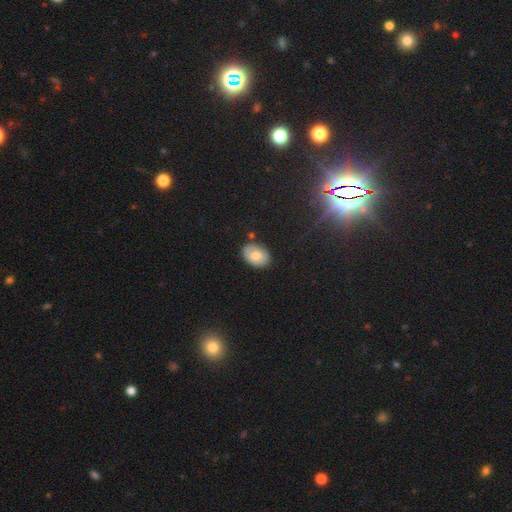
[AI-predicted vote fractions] smooth-or-featured: smooth: 68% | featured or disk: 24% | star or artifact: 8%
  how-rounded: in between: 79% | round: 20% | cigar-shaped: 1%
  merging: none: 83% | minor disturbance: 13% | major disturbance: 2% | merger: 2%